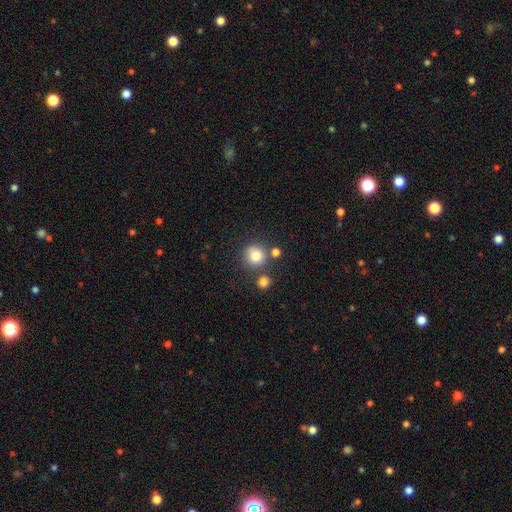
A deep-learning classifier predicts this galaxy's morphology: Smooth or featured? Predicted: smooth (p=0.81). How rounded? Predicted: round (p=0.90). Merging? Predicted: none (p=0.72).